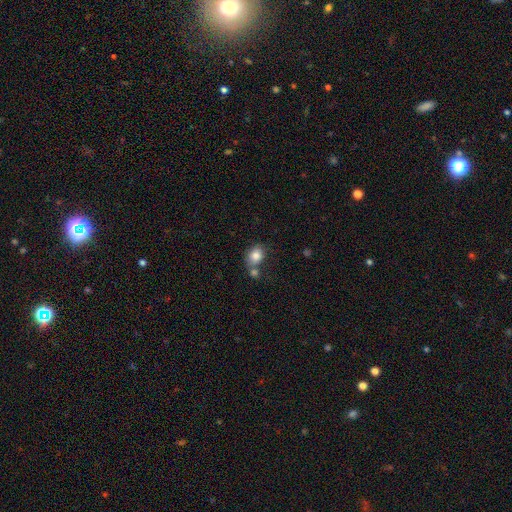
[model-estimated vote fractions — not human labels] smooth 82%, featured or disk 9%, star or artifact 9%. Down the decision tree: how rounded — in between (55%); merging — none (49%).